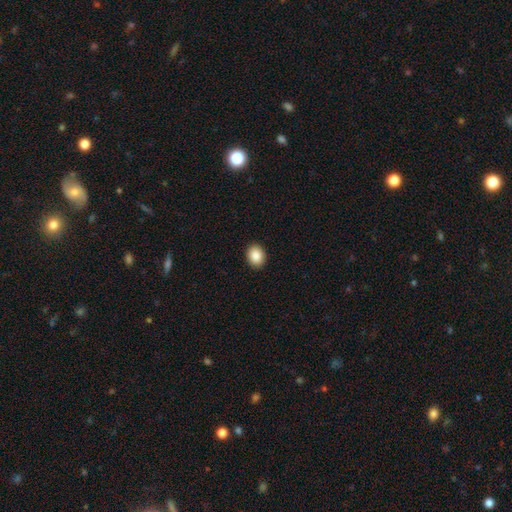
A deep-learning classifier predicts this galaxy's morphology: A smooth galaxy with no disk features (88%) that is in between round and cigar-shaped (52%).

Vote fractions:
- Smooth or featured? smooth: 88% / star or artifact: 8% / featured or disk: 4%
- How rounded? in between: 52% / round: 47% / cigar-shaped: 1%
- Merging? none: 91% / minor disturbance: 6% / major disturbance: 2% / merger: 1%